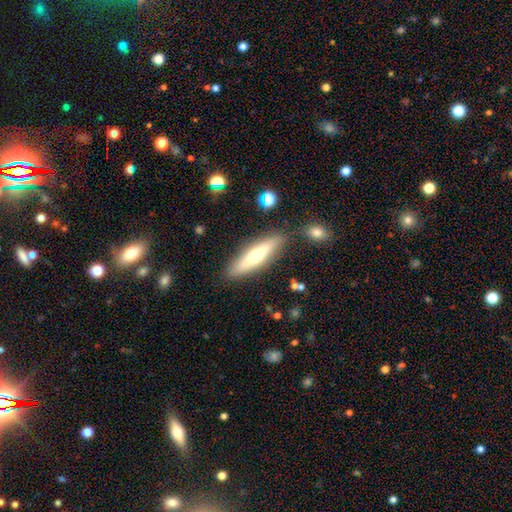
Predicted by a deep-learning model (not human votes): Overall: smooth (52%; featured or disk 42%). How rounded: cigar-shaped (72%). Merging: none (83%).